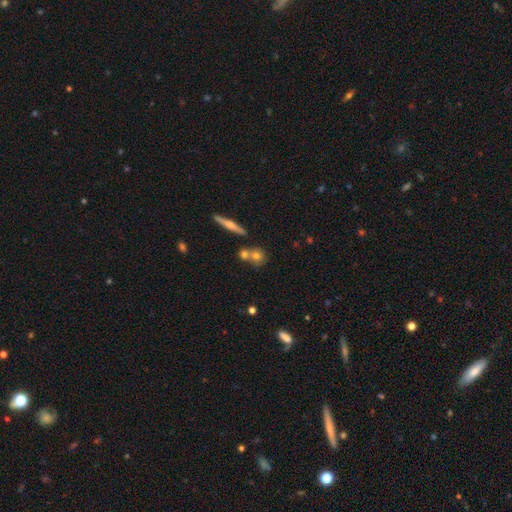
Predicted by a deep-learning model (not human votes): The model was most divided on "merging": none: 52%, merger: 35%, minor disturbance: 9%, major disturbance: 3%. More confident: how rounded — round (73%); smooth or featured — smooth (66%).